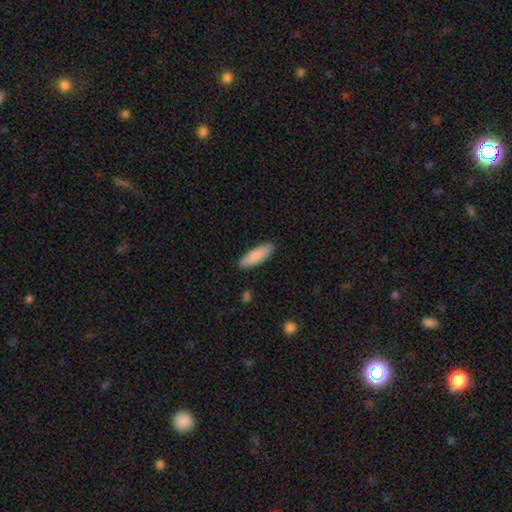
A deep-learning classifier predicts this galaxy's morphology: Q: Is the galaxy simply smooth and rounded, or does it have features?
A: smooth — 85%.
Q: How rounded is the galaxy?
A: in between — 58%.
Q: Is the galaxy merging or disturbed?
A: none — 87%.